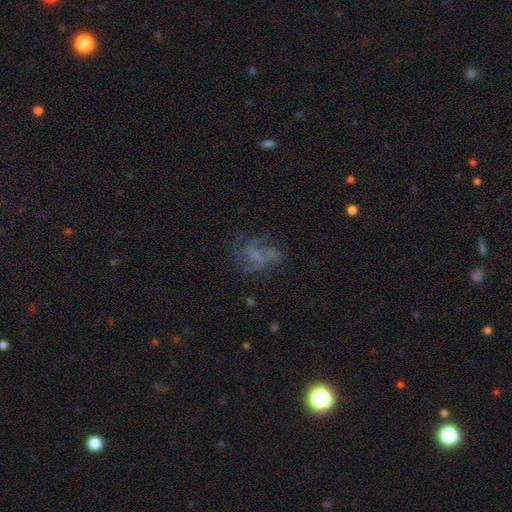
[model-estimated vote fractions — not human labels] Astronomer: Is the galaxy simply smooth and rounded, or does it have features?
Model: featured or disk — 55%.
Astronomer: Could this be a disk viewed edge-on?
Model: no — 97%.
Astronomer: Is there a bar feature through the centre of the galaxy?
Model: no — 57% (runner-up: weak, 32%).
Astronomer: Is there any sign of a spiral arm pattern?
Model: yes — 53% (runner-up: no, 47%).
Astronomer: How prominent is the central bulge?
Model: none — 63%.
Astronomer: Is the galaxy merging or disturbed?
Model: none — 44% (runner-up: major disturbance, 33%).